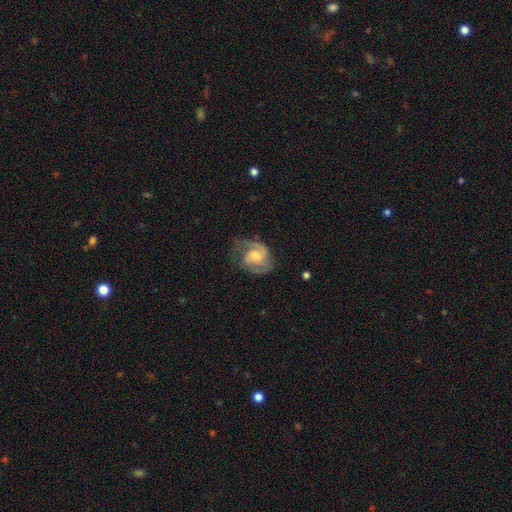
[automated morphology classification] Smooth or featured: featured or disk — 77% (smooth — 17%)
Edge-on disk: no — 98% (yes — 2%)
Bar: no — 51% (weak — 41%)
Spiral arms: yes — 93% (no — 7%)
Spiral winding: medium — 48% (tight — 35%)
Spiral arm count: 2 — 73% (can't tell — 11%)
Bulge size: moderate — 45% (small — 34%)
Merging: none — 57% (minor disturbance — 24%)